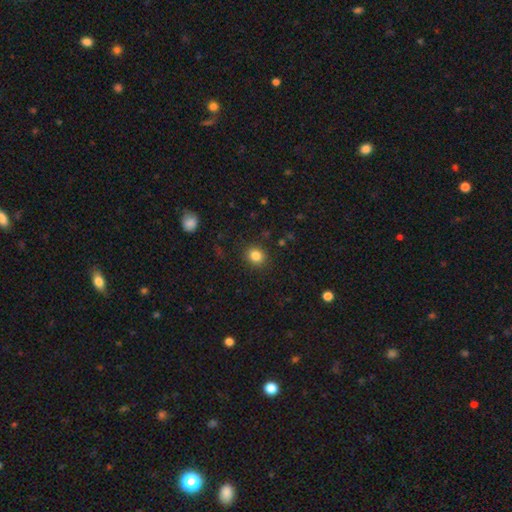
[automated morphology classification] A smooth galaxy with no disk features (83%) that is round (77%).

Vote fractions:
- Smooth or featured? smooth: 83% / star or artifact: 11% / featured or disk: 5%
- How rounded? round: 77% / in between: 23% / cigar-shaped: 1%
- Merging? none: 89% / minor disturbance: 7% / major disturbance: 2% / merger: 1%